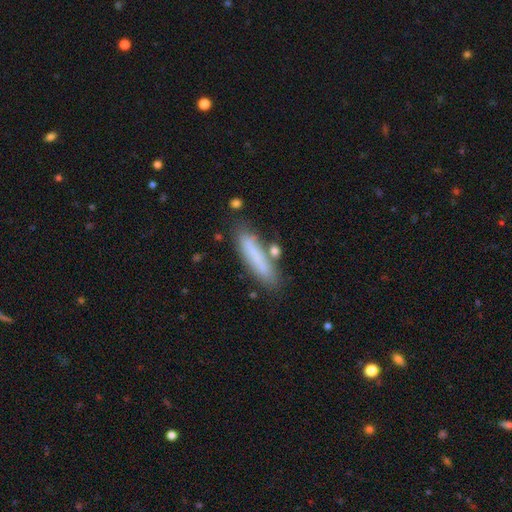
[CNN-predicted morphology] A smooth galaxy with no disk features (73%) that is cigar-shaped (84%).

Vote fractions:
- Smooth or featured? smooth: 73% / featured or disk: 19% / star or artifact: 8%
- How rounded? cigar-shaped: 84% / in between: 14% / round: 2%
- Merging? none: 74% / minor disturbance: 15% / merger: 7% / major disturbance: 4%